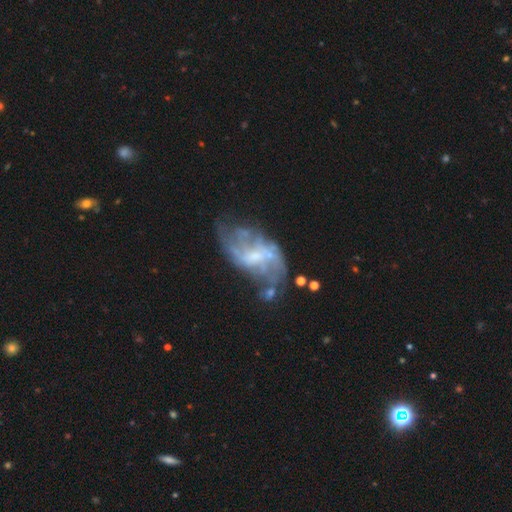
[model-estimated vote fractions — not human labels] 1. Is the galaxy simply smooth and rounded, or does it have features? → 78% featured or disk, 13% smooth, 9% star or artifact.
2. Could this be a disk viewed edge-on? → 96% no, 4% yes.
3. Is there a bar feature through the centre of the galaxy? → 47% weak, 39% no, 14% strong.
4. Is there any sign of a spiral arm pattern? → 75% yes, 25% no.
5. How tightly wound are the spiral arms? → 58% loose, 30% medium, 12% tight.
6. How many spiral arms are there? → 55% 2, 27% can't tell, 7% 3, 5% 1, 3% 4, 3% more than 4.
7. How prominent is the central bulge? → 45% small, 26% moderate, 25% none, 3% large, 1% dominant.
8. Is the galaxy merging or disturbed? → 44% none, 25% major disturbance, 22% minor disturbance, 10% merger.